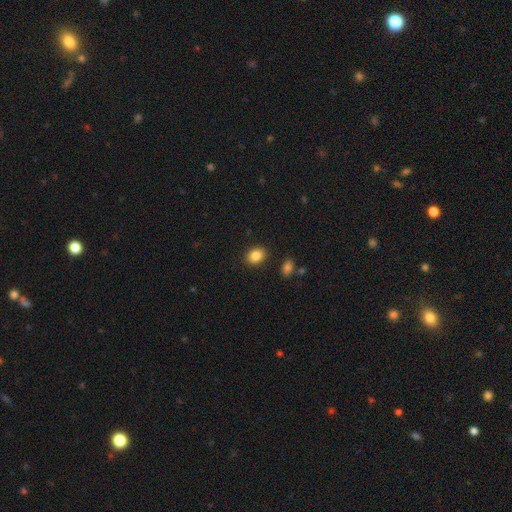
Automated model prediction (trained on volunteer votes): smooth-or-featured: smooth: 86% | star or artifact: 9% | featured or disk: 5%
  how-rounded: in between: 51% | round: 48% | cigar-shaped: 1%
  merging: none: 88% | minor disturbance: 8% | major disturbance: 2% | merger: 2%